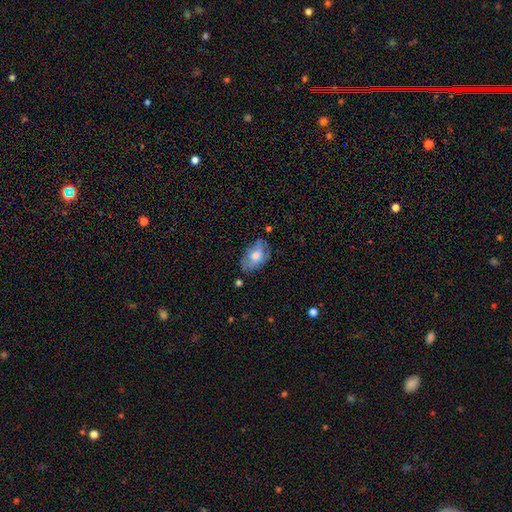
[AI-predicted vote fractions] Smooth or featured?
  - smooth: 50% *
  - featured or disk: 41%
  - star or artifact: 9%
How rounded?
  - in between: 87% *
  - round: 10%
  - cigar-shaped: 2%
Merging?
  - none: 59% *
  - minor disturbance: 28%
  - major disturbance: 10%
  - merger: 3%